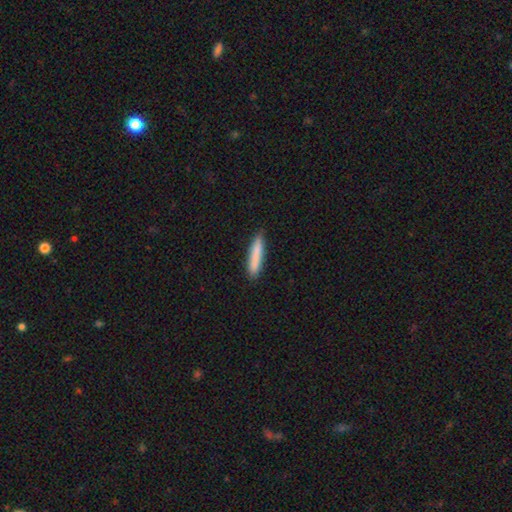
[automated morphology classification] Smooth or featured? smooth (85%)
How rounded? cigar-shaped (88%)
Merging? none (88%)